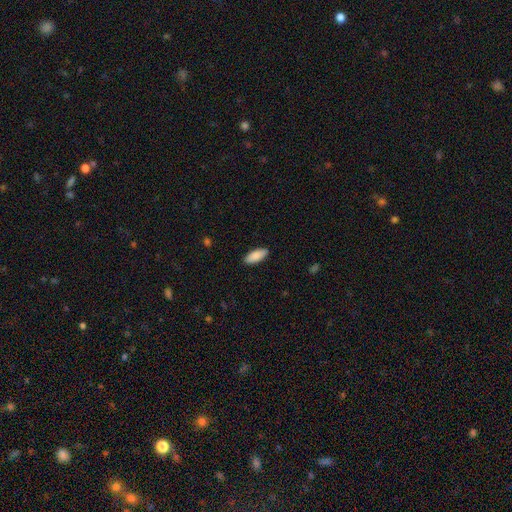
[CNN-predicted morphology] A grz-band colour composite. It shows a smooth galaxy with no disk features (88%) that is in between round and cigar-shaped (83%). Merging: none (90%).